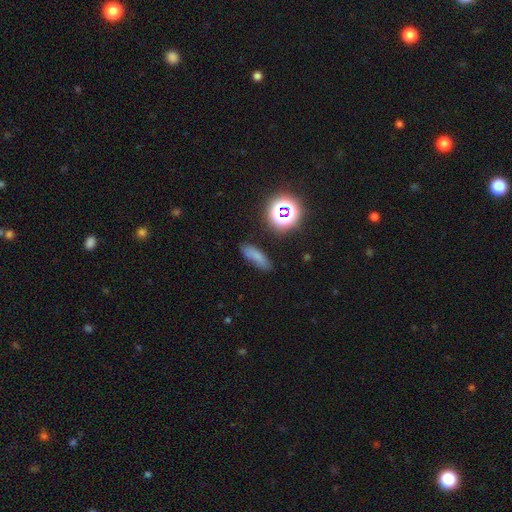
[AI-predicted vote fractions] smooth 69%, star or artifact 19%, featured or disk 12%. Down the decision tree: how rounded — in between (51%); merging — none (71%).